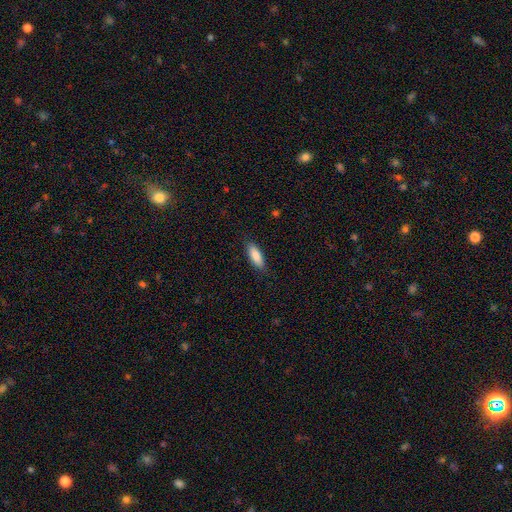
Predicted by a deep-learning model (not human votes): smooth-or-featured: smooth: 84% | featured or disk: 10% | star or artifact: 6%
  how-rounded: in between: 63% | cigar-shaped: 35% | round: 2%
  merging: none: 84% | minor disturbance: 12% | major disturbance: 2% | merger: 1%